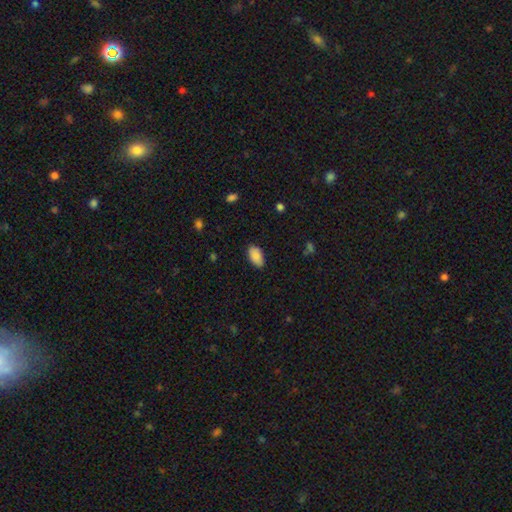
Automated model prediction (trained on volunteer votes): smooth_or_featured: smooth (p=0.89) [alt: star or artifact p=0.07]
how_rounded: in between (p=0.95) [alt: round p=0.03]
merging: none (p=0.86) [alt: minor disturbance p=0.10]